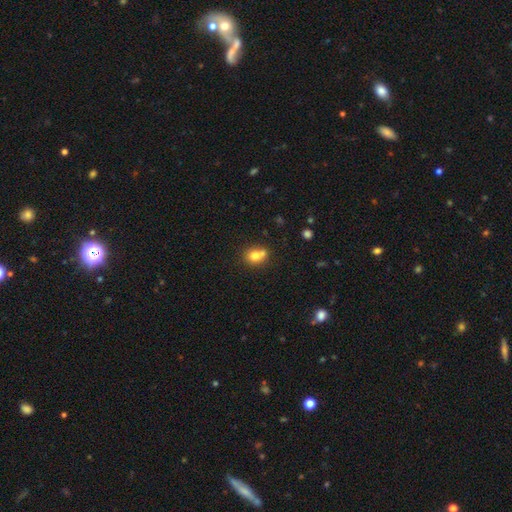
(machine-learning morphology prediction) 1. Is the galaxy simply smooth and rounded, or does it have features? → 76% smooth, 14% featured or disk, 11% star or artifact.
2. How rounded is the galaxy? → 66% round, 33% in between, 1% cigar-shaped.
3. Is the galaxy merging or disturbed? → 46% none, 39% merger, 12% minor disturbance, 4% major disturbance.